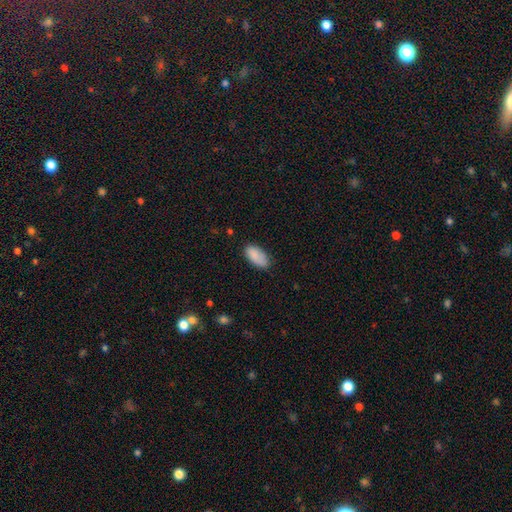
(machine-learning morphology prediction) The model was most divided on "merging": none: 76%, minor disturbance: 19%, major disturbance: 3%, merger: 1%. More confident: how rounded — in between (93%); smooth or featured — smooth (87%).